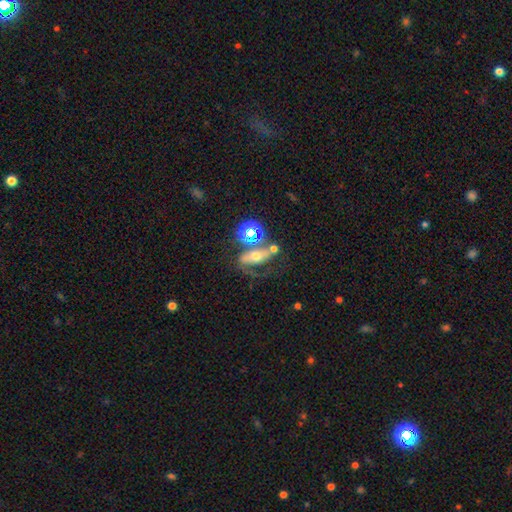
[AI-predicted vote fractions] Morphology: type=featured or disk (46%); merging=none (41%).